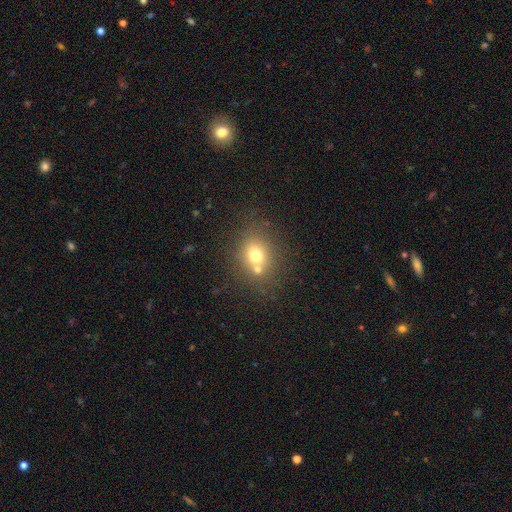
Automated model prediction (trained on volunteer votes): Smooth or featured?
  - smooth: 69% *
  - featured or disk: 17%
  - star or artifact: 15%
How rounded?
  - round: 65% *
  - in between: 34%
  - cigar-shaped: 1%
Merging?
  - none: 56% *
  - merger: 30%
  - minor disturbance: 10%
  - major disturbance: 4%